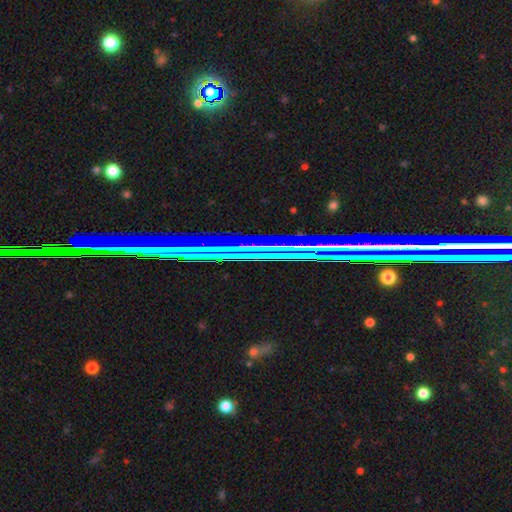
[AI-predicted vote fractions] smooth-or-featured: star or artifact: 62% | featured or disk: 25% | smooth: 13%